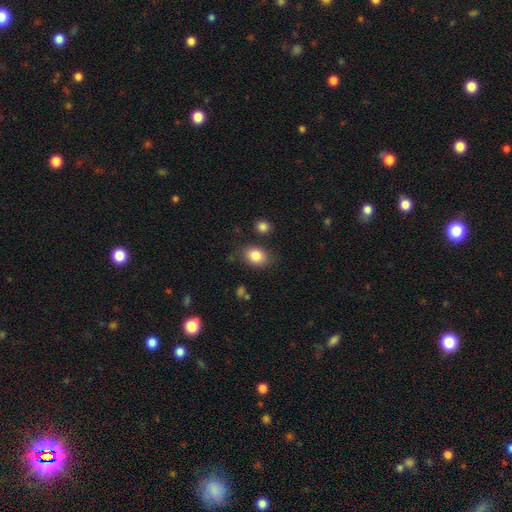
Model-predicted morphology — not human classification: smooth_or_featured: smooth (p=0.84) [alt: star or artifact p=0.09]
how_rounded: in between (p=0.62) [alt: round p=0.37]
merging: none (p=0.77) [alt: minor disturbance p=0.14]